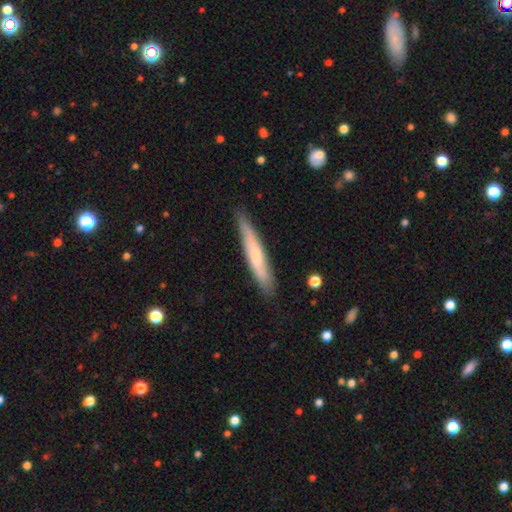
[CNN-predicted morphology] A smooth galaxy with no disk features (56%) that is cigar-shaped (93%).

Vote fractions:
- Smooth or featured? smooth: 56% / featured or disk: 39% / star or artifact: 5%
- How rounded? cigar-shaped: 93% / in between: 6% / round: 1%
- Merging? none: 83% / minor disturbance: 13% / major disturbance: 2% / merger: 1%